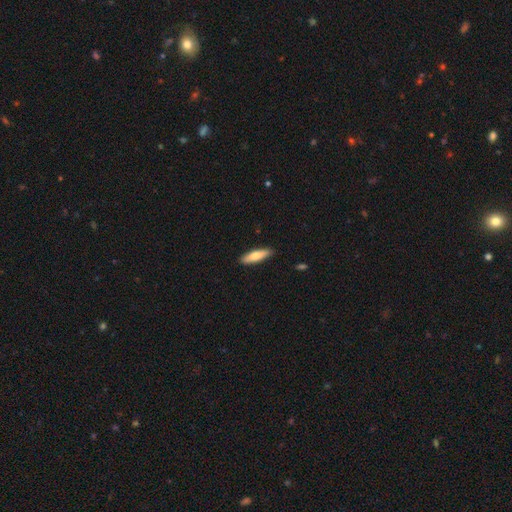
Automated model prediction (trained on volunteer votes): Smooth or featured?
  - smooth: 71% *
  - featured or disk: 23%
  - star or artifact: 5%
How rounded?
  - cigar-shaped: 63% *
  - in between: 35%
  - round: 2%
Merging?
  - none: 89% *
  - minor disturbance: 9%
  - major disturbance: 2%
  - merger: 1%